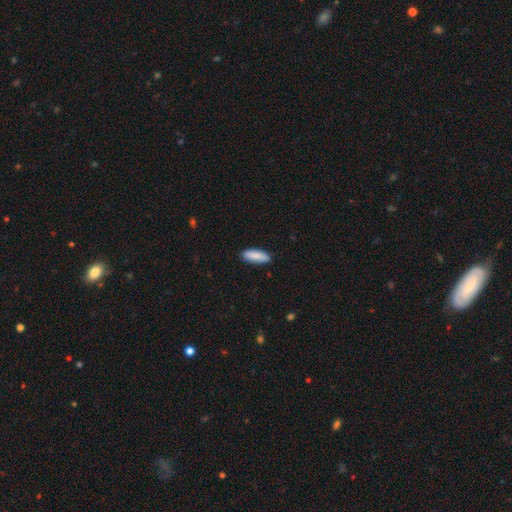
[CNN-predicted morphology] A smooth galaxy with no disk features (87%) that is in between round and cigar-shaped (57%). Merging: none (88%).